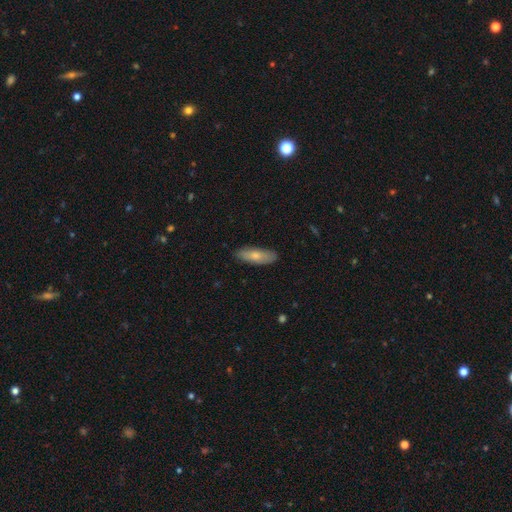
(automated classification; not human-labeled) smooth_or_featured: smooth (p=0.73) [alt: featured or disk p=0.22]
how_rounded: in between (p=0.61) [alt: cigar-shaped p=0.37]
merging: none (p=0.85) [alt: minor disturbance p=0.12]